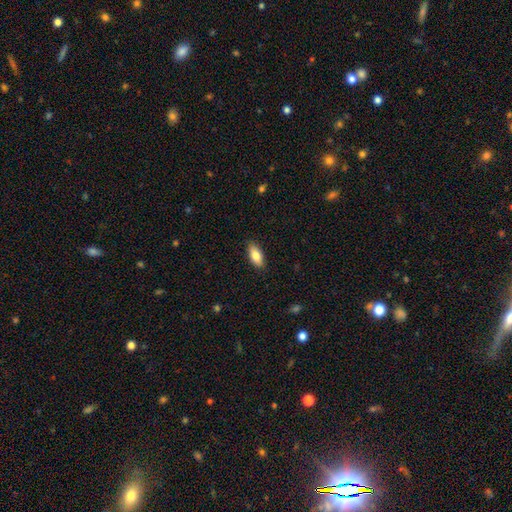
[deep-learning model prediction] smooth_or_featured: smooth (p=0.82) [alt: featured or disk p=0.12]
how_rounded: in between (p=0.87) [alt: cigar-shaped p=0.11]
merging: none (p=0.88) [alt: minor disturbance p=0.09]